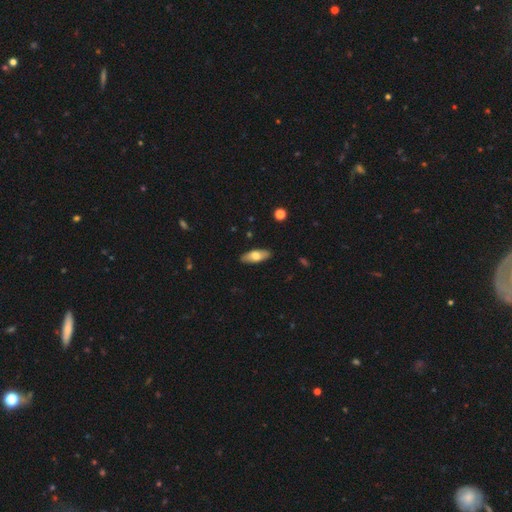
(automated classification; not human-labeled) A smooth galaxy with no disk features (66%) that is in between round and cigar-shaped (73%). Merging: none (88%).